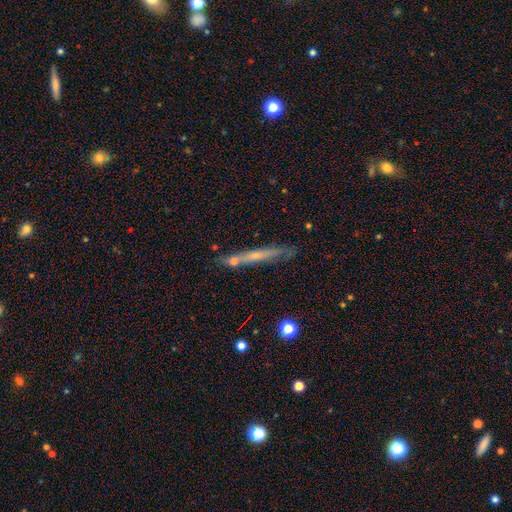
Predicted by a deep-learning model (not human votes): This is possibly a featured or disk galaxy (48%). Merging: likely none (73%).